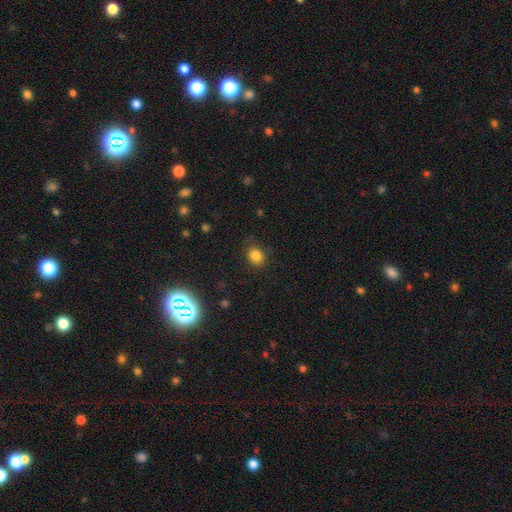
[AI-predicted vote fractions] The model was most divided on "how rounded": round: 51%, in between: 48%, cigar-shaped: 1%. More confident: smooth or featured — smooth (82%); merging — none (80%).